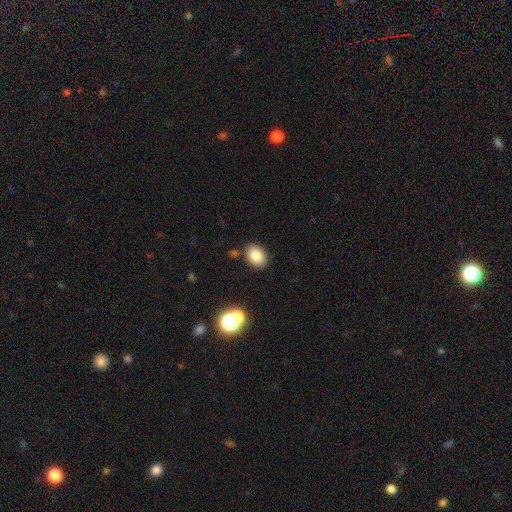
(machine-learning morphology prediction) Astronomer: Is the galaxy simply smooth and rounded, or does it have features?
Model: smooth — 83%.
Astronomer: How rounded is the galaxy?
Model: in between — 71%.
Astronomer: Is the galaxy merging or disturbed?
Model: none — 84%.